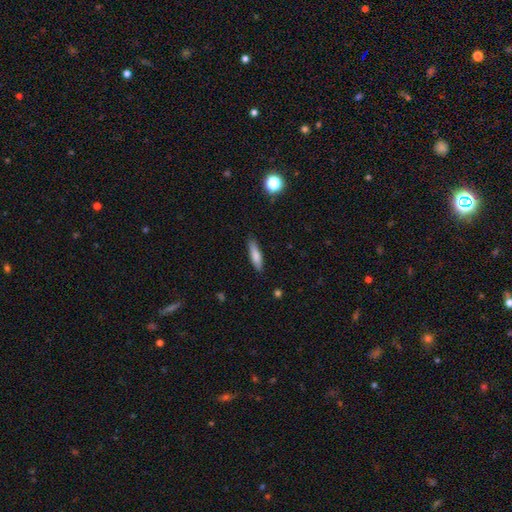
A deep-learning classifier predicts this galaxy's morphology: Smooth or featured: smooth — 79% (featured or disk — 15%)
How rounded: cigar-shaped — 73% (in between — 25%)
Merging: none — 85% (minor disturbance — 12%)